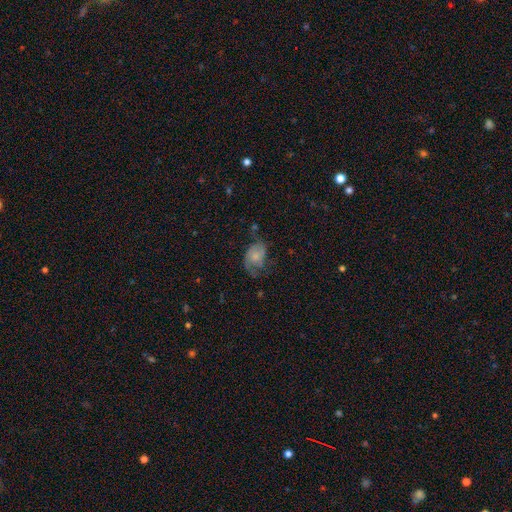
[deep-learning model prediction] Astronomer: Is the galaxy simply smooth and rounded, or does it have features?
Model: smooth — 50% (runner-up: featured or disk, 41%).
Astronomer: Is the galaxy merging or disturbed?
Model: none — 35% (runner-up: major disturbance, 31%).